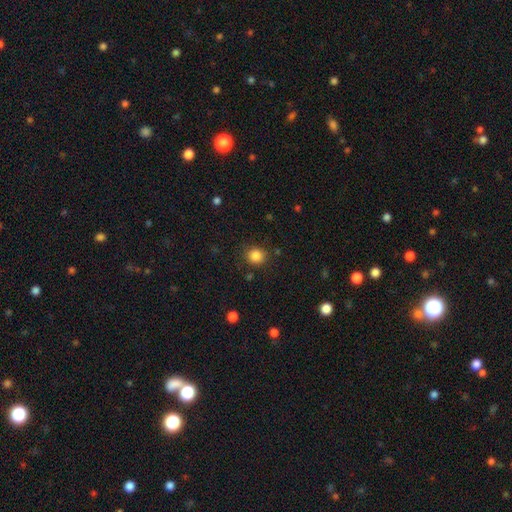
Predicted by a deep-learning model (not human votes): A smooth galaxy with no disk features (85%) that is round (83%).

Vote fractions:
- Smooth or featured? smooth: 85% / star or artifact: 11% / featured or disk: 4%
- How rounded? round: 83% / in between: 16% / cigar-shaped: 1%
- Merging? none: 84% / minor disturbance: 10% / major disturbance: 3% / merger: 2%